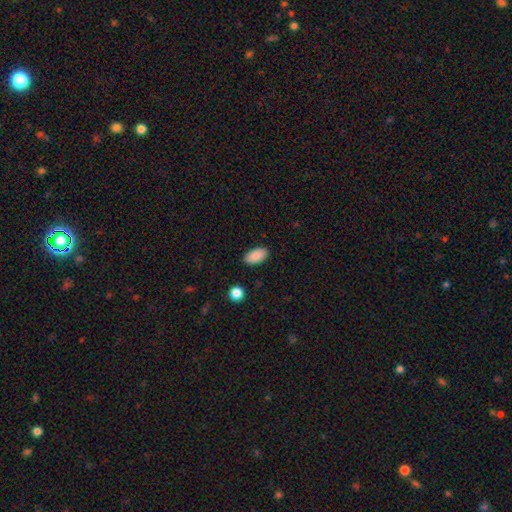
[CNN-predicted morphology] Smooth or featured? Predicted: smooth (p=0.88). How rounded? Predicted: in between (p=0.94). Merging? Predicted: none (p=0.88).